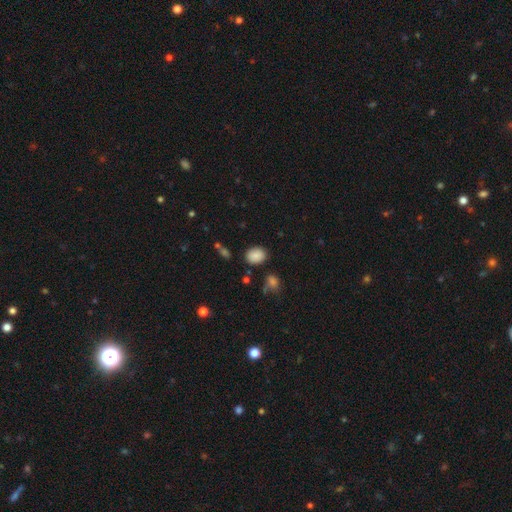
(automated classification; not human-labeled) Smooth or featured? smooth (85%)
How rounded? in between (59%)
Merging? none (82%)